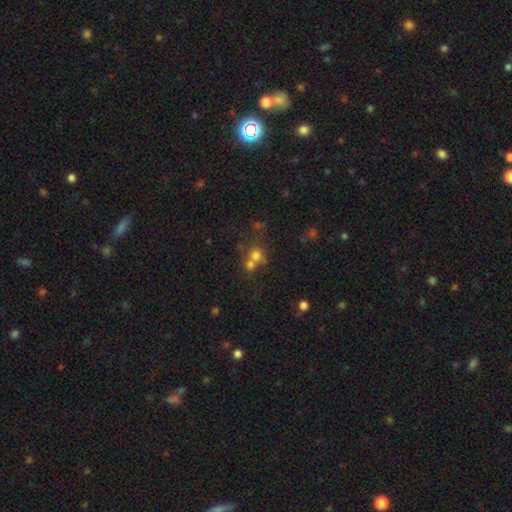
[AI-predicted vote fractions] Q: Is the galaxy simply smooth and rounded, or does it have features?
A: smooth — 66%.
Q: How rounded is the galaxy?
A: round — 82%.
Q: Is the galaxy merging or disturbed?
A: merger — 48%.